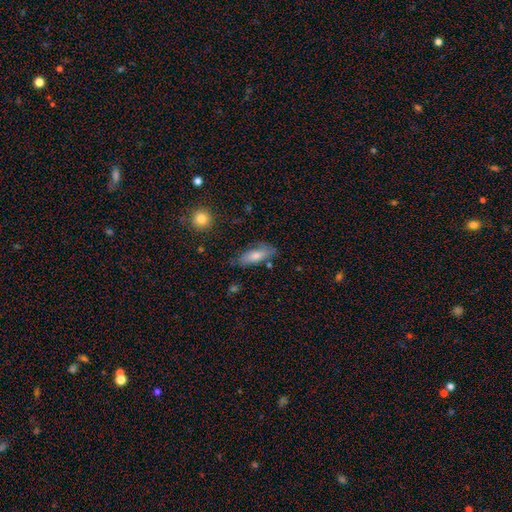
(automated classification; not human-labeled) Smooth or featured? smooth (74%)
How rounded? in between (70%)
Merging? none (68%)